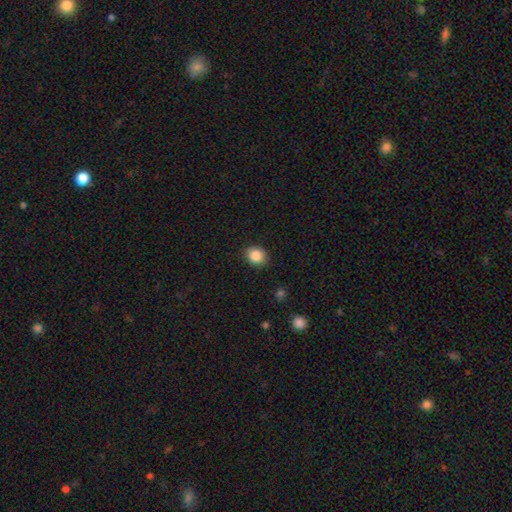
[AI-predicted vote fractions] Morphology: type=smooth (86%); roundness=round (68%); merging=none (87%).